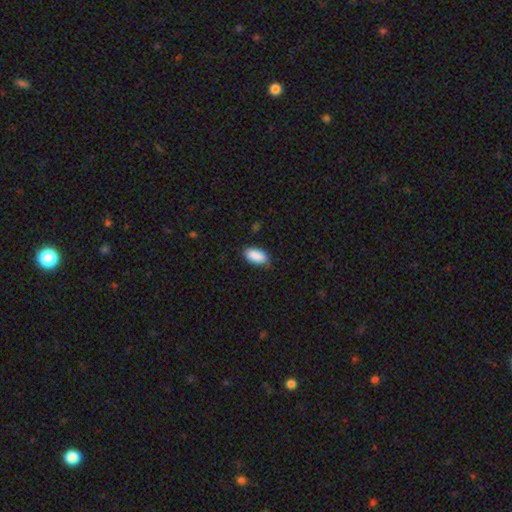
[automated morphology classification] This is clearly a smooth galaxy (90%). How rounded: clearly in between (93%). Merging: clearly none (82%).